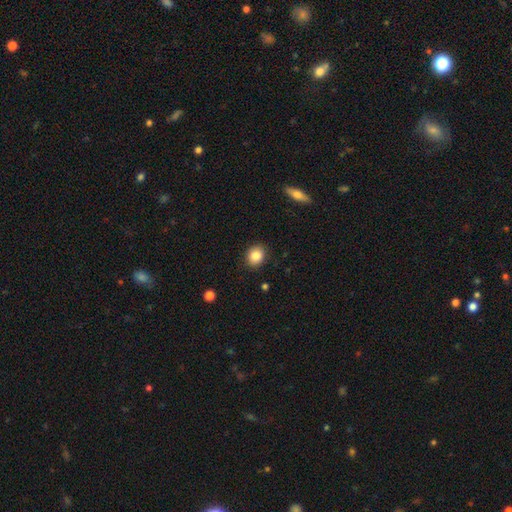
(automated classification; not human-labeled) Smooth or featured? smooth (85%)
How rounded? round (62%)
Merging? none (88%)